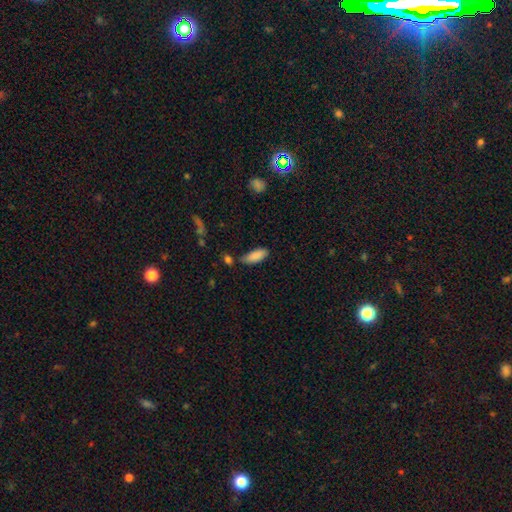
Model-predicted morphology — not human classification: smooth_or_featured: smooth (p=0.87) [alt: star or artifact p=0.07]
how_rounded: in between (p=0.77) [alt: cigar-shaped p=0.21]
merging: none (p=0.68) [alt: minor disturbance p=0.20]